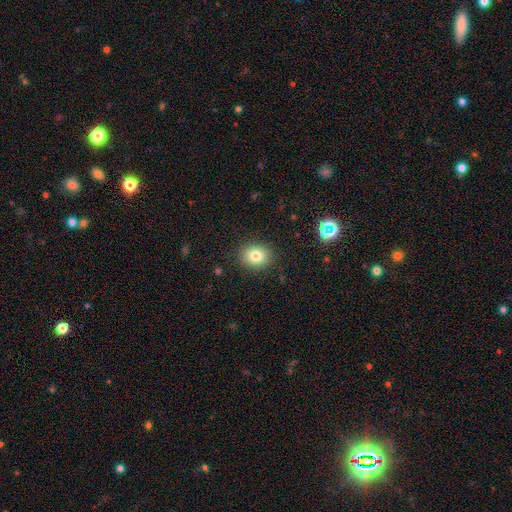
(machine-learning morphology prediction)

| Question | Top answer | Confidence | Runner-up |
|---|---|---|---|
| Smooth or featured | smooth | 80% | star or artifact (11%) |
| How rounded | round | 61% | in between (38%) |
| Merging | none | 88% | minor disturbance (8%) |